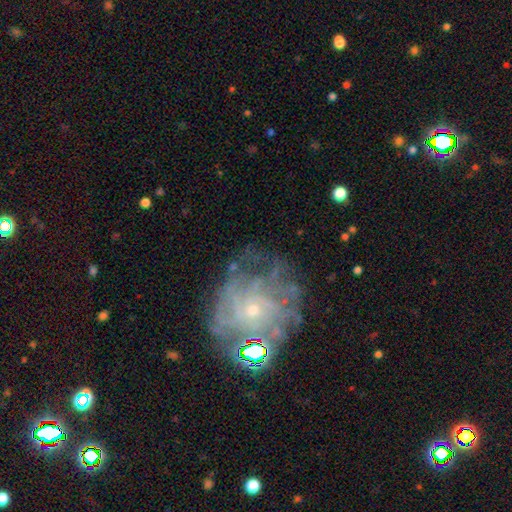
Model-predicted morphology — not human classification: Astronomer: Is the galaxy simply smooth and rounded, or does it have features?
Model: featured or disk — 72%.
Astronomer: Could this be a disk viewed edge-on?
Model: no — 97%.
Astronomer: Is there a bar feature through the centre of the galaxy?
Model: no — 80%.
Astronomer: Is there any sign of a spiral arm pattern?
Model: yes — 79%.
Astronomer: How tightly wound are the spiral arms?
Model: tight — 64%.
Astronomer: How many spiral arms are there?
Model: can't tell — 52%.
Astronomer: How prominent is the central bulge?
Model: small — 83%.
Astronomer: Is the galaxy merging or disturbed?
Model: none — 63%.